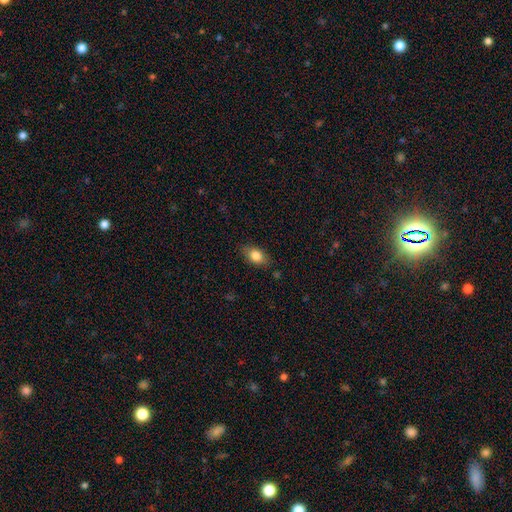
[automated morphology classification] A smooth galaxy with no disk features (82%) that is in between round and cigar-shaped (84%). Merging: none (81%).